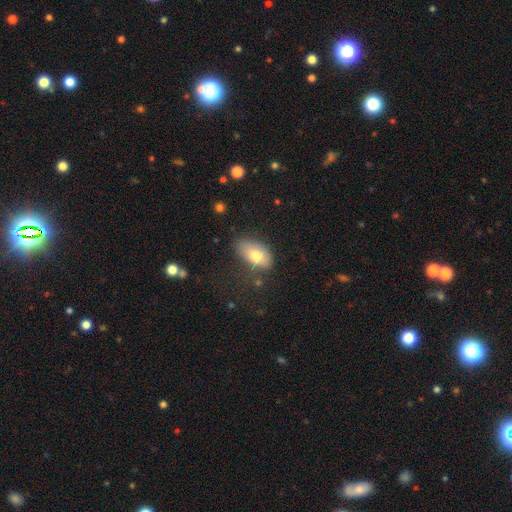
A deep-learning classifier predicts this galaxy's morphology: The model was most divided on "merging": none: 69%, minor disturbance: 22%, major disturbance: 6%, merger: 3%. More confident: how rounded — in between (92%); smooth or featured — smooth (73%).